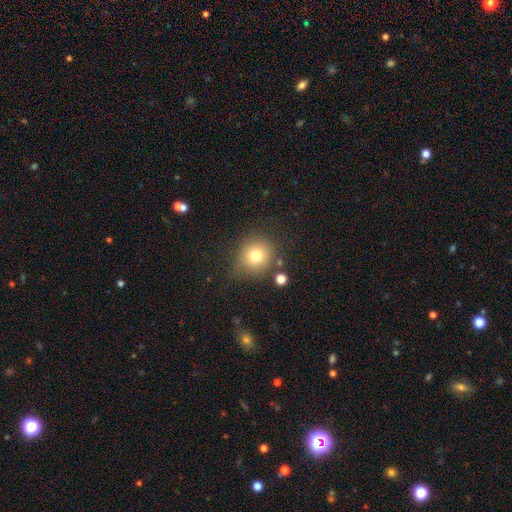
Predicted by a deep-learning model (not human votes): This appears to be a smooth galaxy with no disk features (76%) that is round (85%). Merging: none (73%).